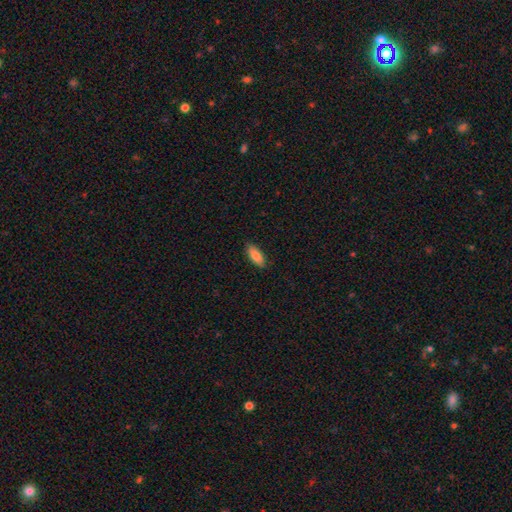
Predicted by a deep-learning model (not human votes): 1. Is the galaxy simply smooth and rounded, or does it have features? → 84% smooth, 10% featured or disk, 6% star or artifact.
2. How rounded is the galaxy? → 77% in between, 21% cigar-shaped, 2% round.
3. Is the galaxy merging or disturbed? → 87% none, 10% minor disturbance, 2% major disturbance, 1% merger.